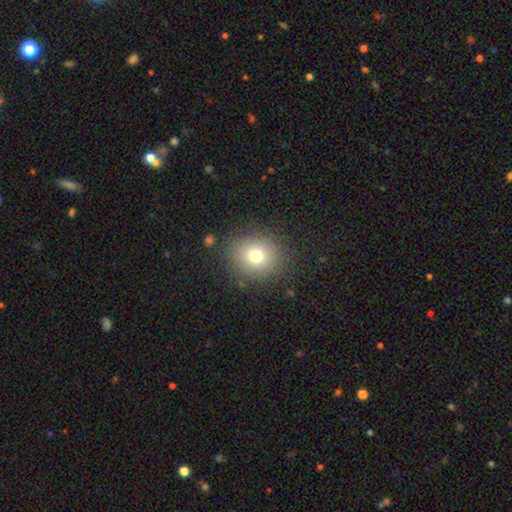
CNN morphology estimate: Overall: smooth (74%). How rounded: round (83%). Merging: none (87%).